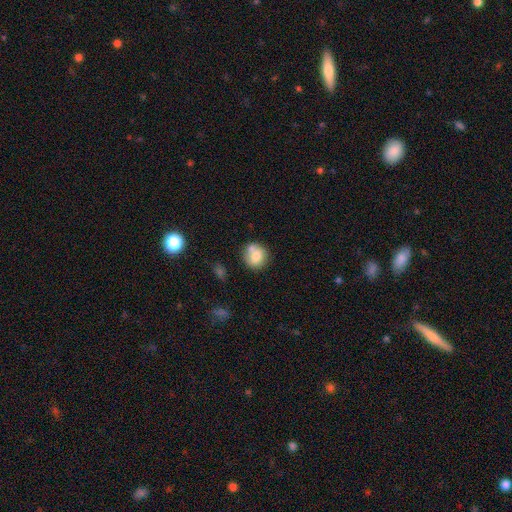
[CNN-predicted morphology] Q: Smooth or featured?
A: smooth (76%); runner-up: featured or disk (16%)
Q: How rounded?
A: round (87%); runner-up: in between (12%)
Q: Merging?
A: none (62%); runner-up: merger (20%)